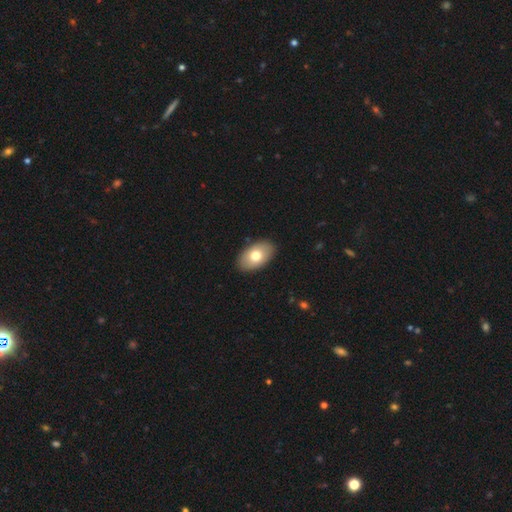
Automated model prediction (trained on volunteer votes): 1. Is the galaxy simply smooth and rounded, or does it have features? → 73% smooth, 20% featured or disk, 6% star or artifact.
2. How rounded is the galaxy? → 93% in between, 5% round, 1% cigar-shaped.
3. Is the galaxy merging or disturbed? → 89% none, 8% minor disturbance, 2% major disturbance, 1% merger.